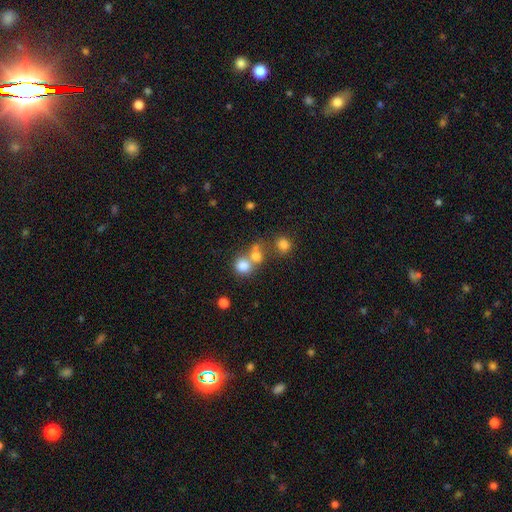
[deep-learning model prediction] smooth-or-featured: smooth: 75% | star or artifact: 15% | featured or disk: 10%
  how-rounded: round: 82% | in between: 17% | cigar-shaped: 1%
  merging: merger: 45% | none: 44% | minor disturbance: 7% | major disturbance: 4%